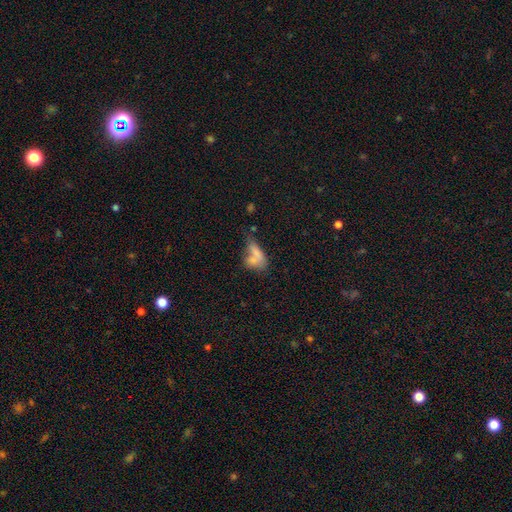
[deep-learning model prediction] Overall: smooth (71%). How rounded: in between (77%). Merging: merger (47%; none 24%).